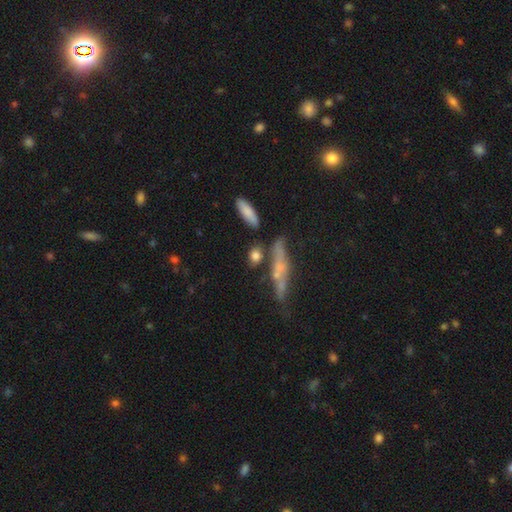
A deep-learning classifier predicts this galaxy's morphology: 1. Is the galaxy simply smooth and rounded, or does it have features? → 74% smooth, 16% featured or disk, 10% star or artifact.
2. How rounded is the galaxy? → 48% in between, 29% round, 24% cigar-shaped.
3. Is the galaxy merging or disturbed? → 65% none, 16% minor disturbance, 13% merger, 6% major disturbance.